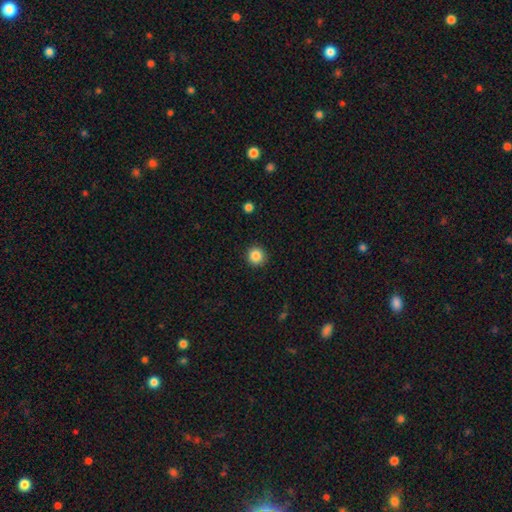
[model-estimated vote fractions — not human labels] Morphology: type=smooth (86%); roundness=round (95%); merging=none (92%).